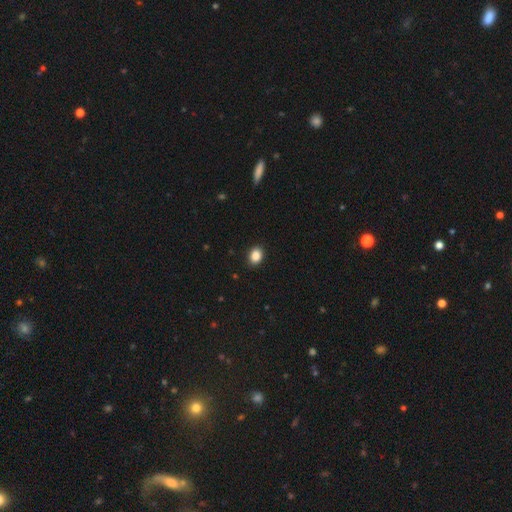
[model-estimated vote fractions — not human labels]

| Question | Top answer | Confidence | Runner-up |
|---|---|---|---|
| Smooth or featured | smooth | 88% | star or artifact (9%) |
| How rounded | in between | 65% | round (34%) |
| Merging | none | 90% | minor disturbance (7%) |